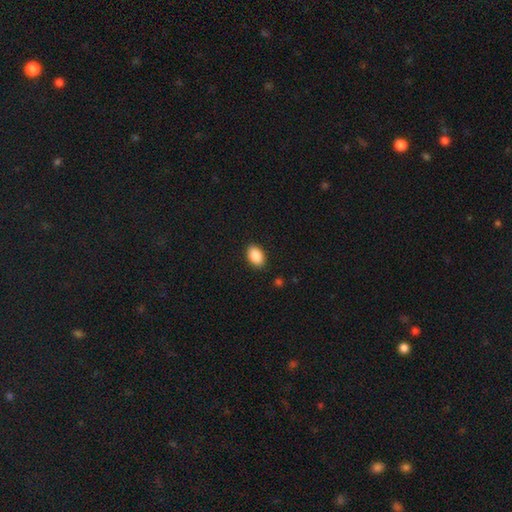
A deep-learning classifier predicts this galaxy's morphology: Overall: smooth (89%). How rounded: in between (89%). Merging: none (89%).